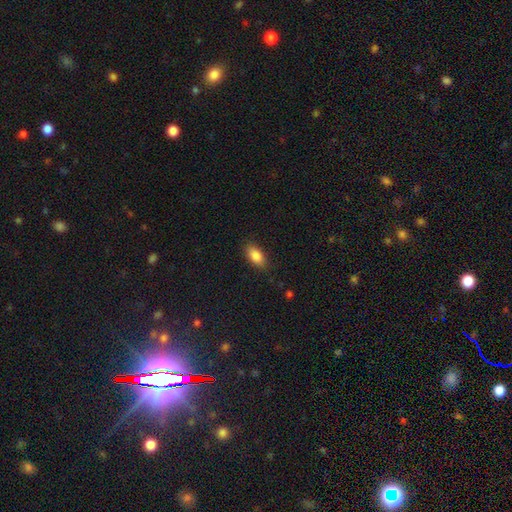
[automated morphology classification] A smooth galaxy with no disk features (86%) that is in between round and cigar-shaped (89%). Merging: none (85%).